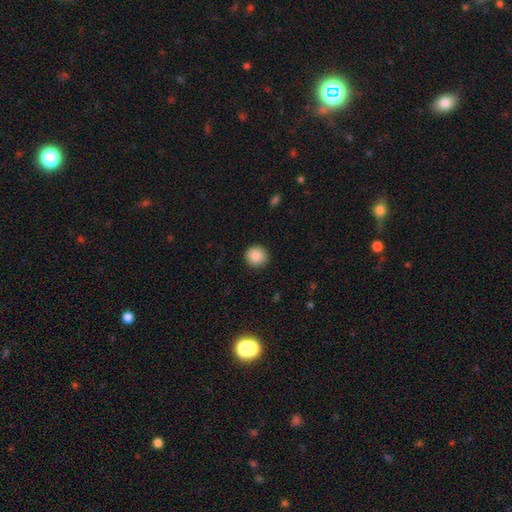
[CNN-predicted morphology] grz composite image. It shows a smooth galaxy with no disk features (88%) that is round (92%). Merging: none (91%).